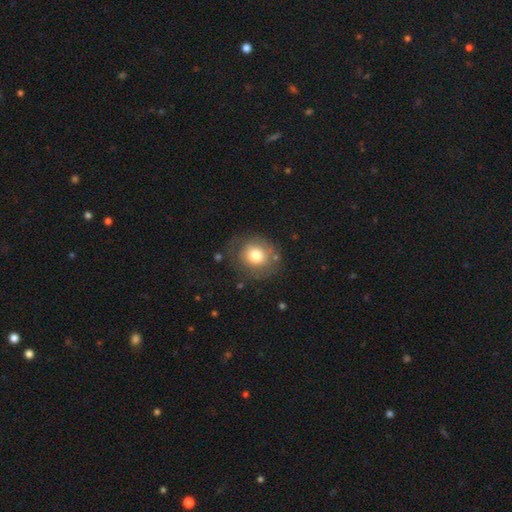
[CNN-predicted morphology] This appears to be a smooth galaxy with no disk features (73%) that is round (79%). Merging: none (70%).